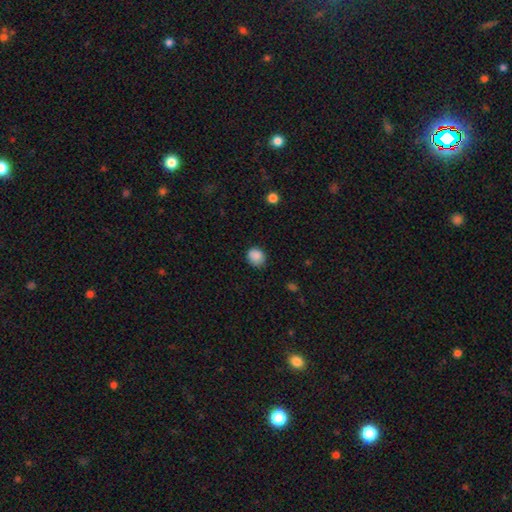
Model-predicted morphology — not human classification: type=smooth (88%); roundness=round (78%); merging=none (80%).